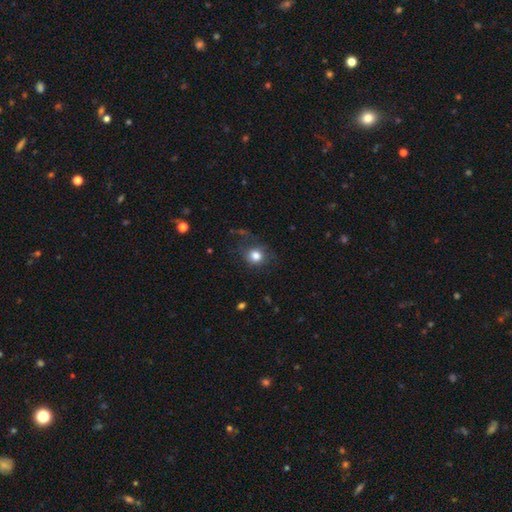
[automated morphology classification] Overall: smooth (80%). How rounded: round (78%). Merging: none (66%).